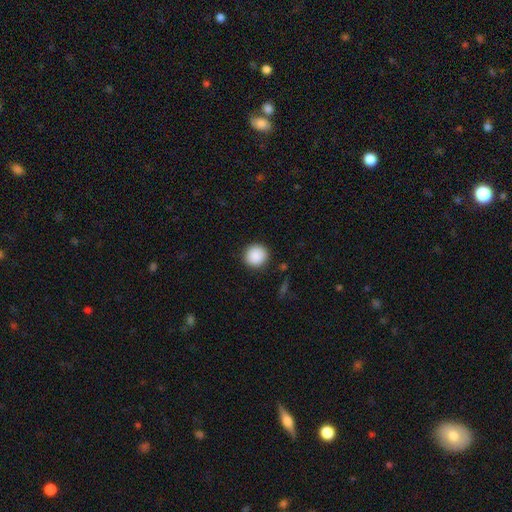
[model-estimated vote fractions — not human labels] Morphology: type=smooth (90%); roundness=round (93%); merging=none (91%).